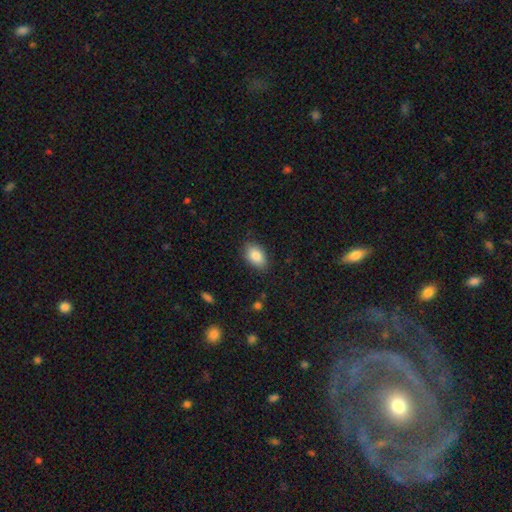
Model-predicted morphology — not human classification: Smooth or featured? smooth (85%)
How rounded? in between (89%)
Merging? none (84%)